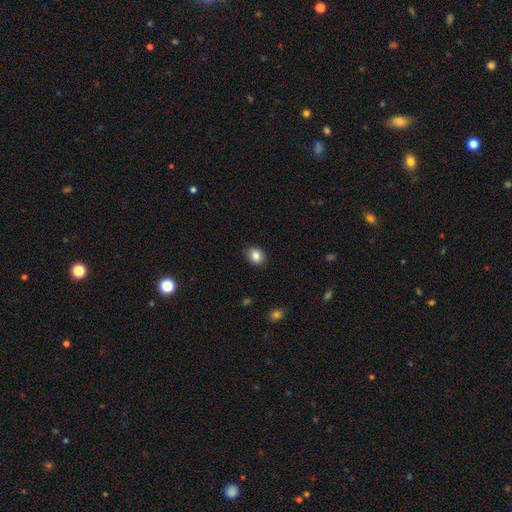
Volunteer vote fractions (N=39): Q: Smooth or featured?
A: smooth (82%); runner-up: star or artifact (10%)
Q: How rounded?
A: round (59%); runner-up: in between (41%)
Q: Merging?
A: none (86%); runner-up: minor disturbance (9%)